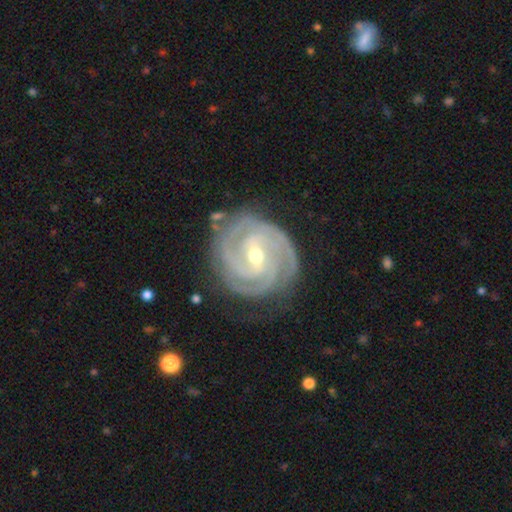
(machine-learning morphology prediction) This is clearly a featured or disk galaxy (92%). It is clearly not viewed edge-on (98%). Bar: marginally weak (43%). Spiral arm pattern: clearly yes (99%). Spiral arm count: marginally 3 (39%). Spiral winding: clearly tight (80%). Central bulge: possibly small (51%). Merging: clearly none (82%).